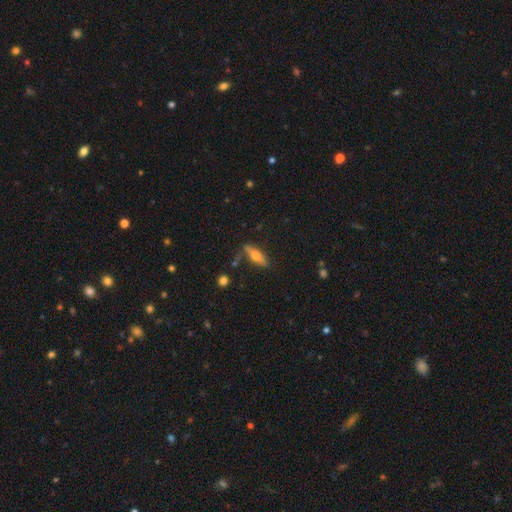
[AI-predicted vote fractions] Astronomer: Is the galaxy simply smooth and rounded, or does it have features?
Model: smooth — 50% (runner-up: featured or disk, 43%).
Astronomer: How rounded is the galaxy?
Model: cigar-shaped — 61% (runner-up: in between, 36%).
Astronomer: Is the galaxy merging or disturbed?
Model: none — 78%.